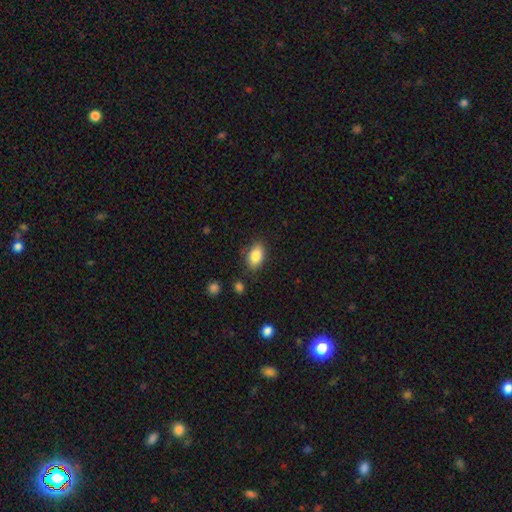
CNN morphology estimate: Q: Smooth or featured?
A: smooth (85%); runner-up: star or artifact (8%)
Q: How rounded?
A: in between (87%); runner-up: round (11%)
Q: Merging?
A: none (81%); runner-up: minor disturbance (14%)